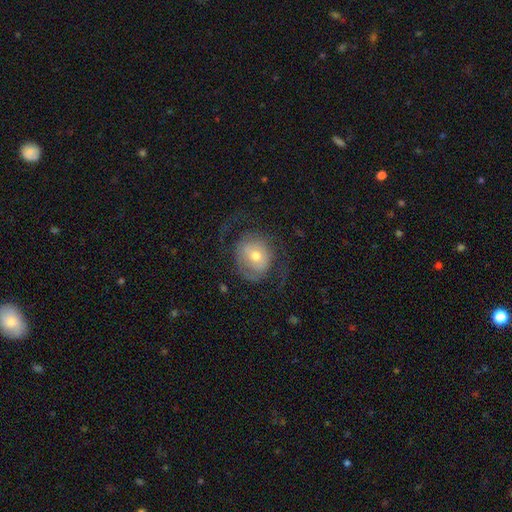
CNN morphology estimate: smooth_or_featured: featured or disk (p=0.61) [alt: smooth p=0.31]
disk_edge_on: no (p=0.96) [alt: yes p=0.04]
bar: no (p=0.64) [alt: weak p=0.27]
has_spiral_arms: yes (p=0.75) [alt: no p=0.25]
bulge_size: moderate (p=0.59) [alt: small p=0.33]
merging: none (p=0.57) [alt: major disturbance p=0.25]